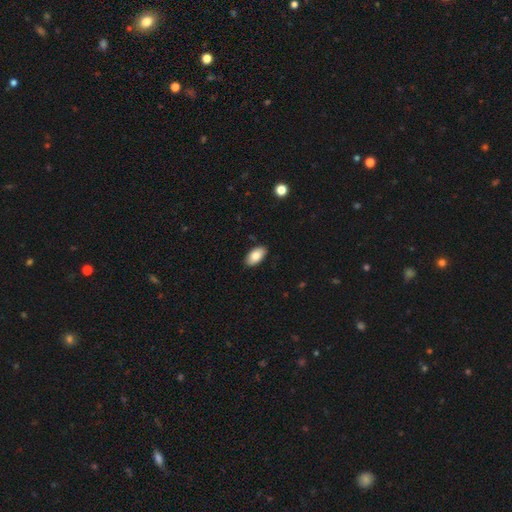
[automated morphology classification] This is clearly a smooth galaxy (83%). How rounded: clearly in between (94%). Merging: clearly none (88%).